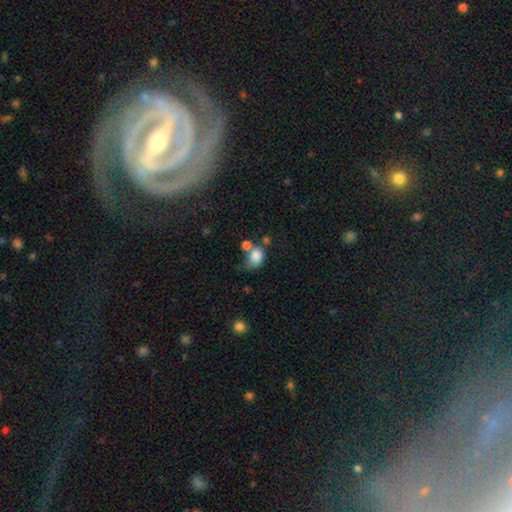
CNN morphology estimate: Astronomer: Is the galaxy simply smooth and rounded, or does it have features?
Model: smooth — 82%.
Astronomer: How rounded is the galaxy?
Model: in between — 56% (runner-up: round, 43%).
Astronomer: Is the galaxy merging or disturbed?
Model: none — 37% (runner-up: merger, 29%).